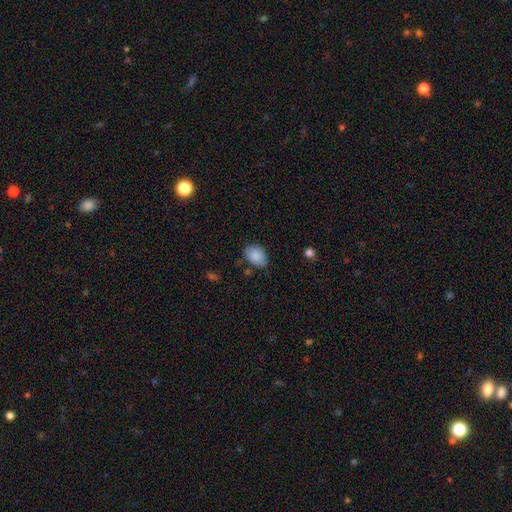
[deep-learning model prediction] smooth 87%, star or artifact 7%, featured or disk 6%. Down the decision tree: how rounded — in between (79%); merging — none (74%).